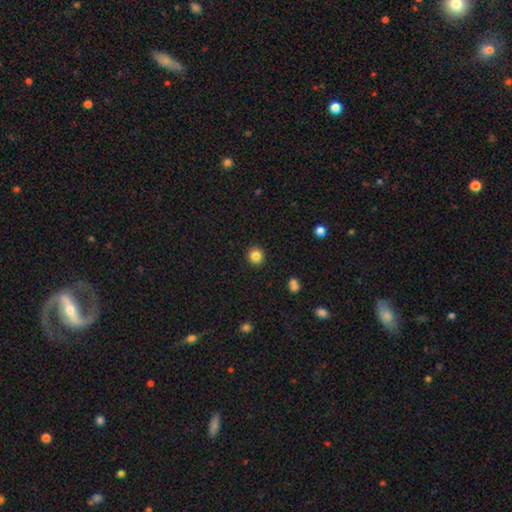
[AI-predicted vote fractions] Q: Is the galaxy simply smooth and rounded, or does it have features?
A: smooth — 84%.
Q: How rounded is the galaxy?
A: round — 88%.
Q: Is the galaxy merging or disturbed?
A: none — 92%.